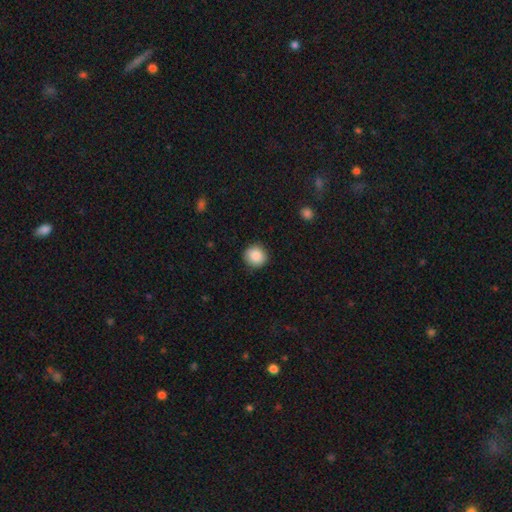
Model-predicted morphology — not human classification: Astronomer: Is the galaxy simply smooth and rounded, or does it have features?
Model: smooth — 88%.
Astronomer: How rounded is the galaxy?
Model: round — 92%.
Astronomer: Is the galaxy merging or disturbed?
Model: none — 89%.